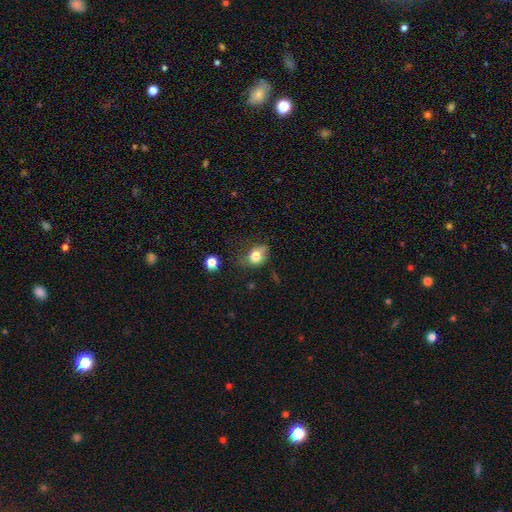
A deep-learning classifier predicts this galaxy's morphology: A smooth galaxy with no disk features (78%) that is in between round and cigar-shaped (58%). Merging: none (42%).